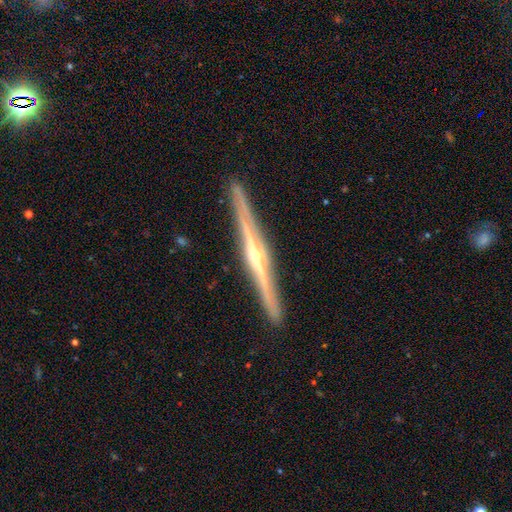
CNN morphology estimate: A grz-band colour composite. It shows a featured or disk galaxy (86%) viewed edge-on (98%) with a rounded central bulge (88%). Merging: none (93%).